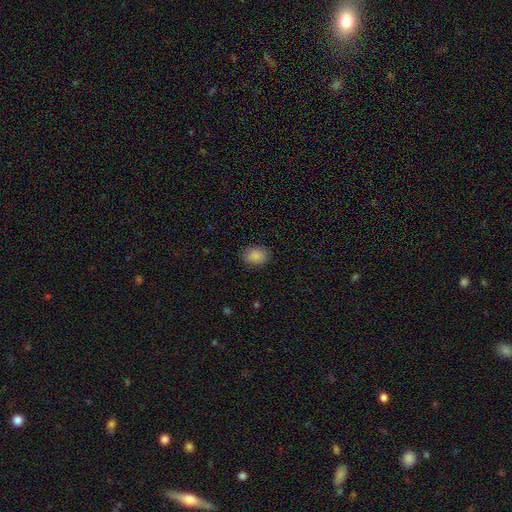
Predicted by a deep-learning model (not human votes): Q: Smooth or featured?
A: smooth (87%); runner-up: star or artifact (9%)
Q: How rounded?
A: in between (61%); runner-up: round (38%)
Q: Merging?
A: none (86%); runner-up: minor disturbance (11%)